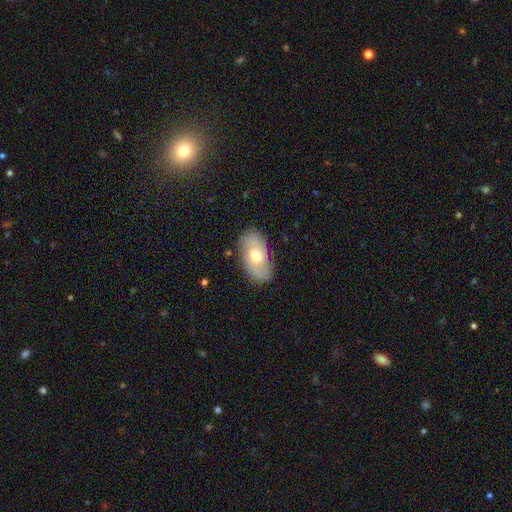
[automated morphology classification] Smooth or featured? smooth (52%)
How rounded? in between (92%)
Merging? none (82%)